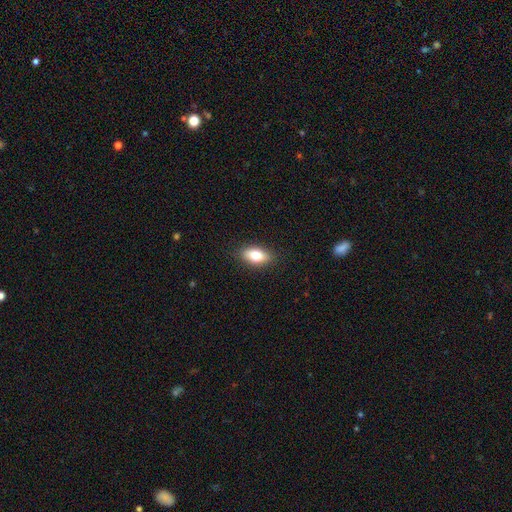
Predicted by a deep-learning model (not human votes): Smooth or featured? smooth (77%)
How rounded? in between (86%)
Merging? none (87%)